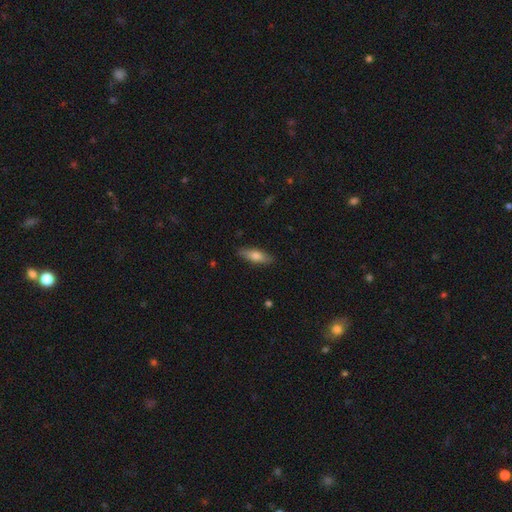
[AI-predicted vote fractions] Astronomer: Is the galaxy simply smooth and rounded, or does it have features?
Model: smooth — 67%.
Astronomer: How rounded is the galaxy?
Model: in between — 51% (runner-up: cigar-shaped, 47%).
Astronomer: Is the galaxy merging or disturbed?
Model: none — 87%.